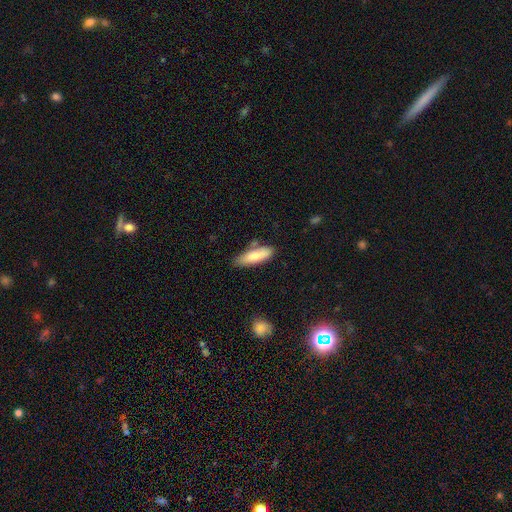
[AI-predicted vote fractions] Overall: smooth (80%). How rounded: cigar-shaped (51%; in between 48%). Merging: none (69%).